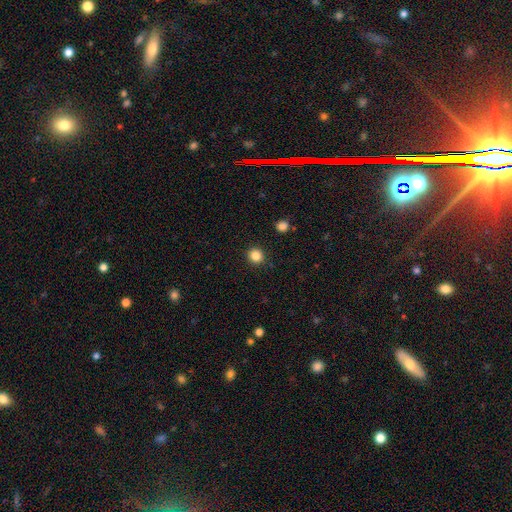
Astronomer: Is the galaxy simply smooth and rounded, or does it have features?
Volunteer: smooth — 88%.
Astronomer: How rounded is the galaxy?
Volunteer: round — 94%.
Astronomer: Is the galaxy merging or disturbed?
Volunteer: none — 86%.